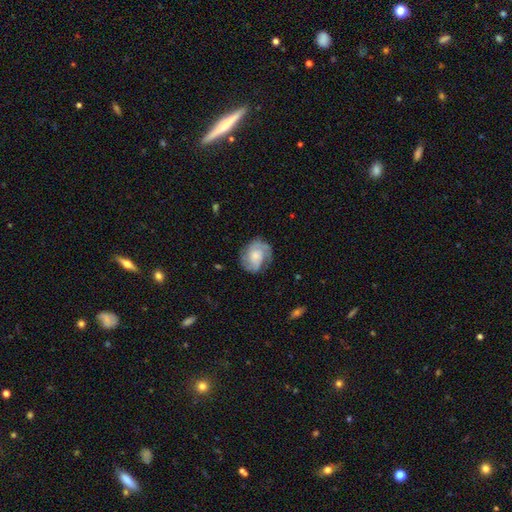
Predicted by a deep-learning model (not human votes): This appears to be a featured or disk galaxy (73%) with no bar (68%), 2 (51%) tight (43%) spiral arms (93%) and a moderate central bulge (36%). Merging: none (70%).